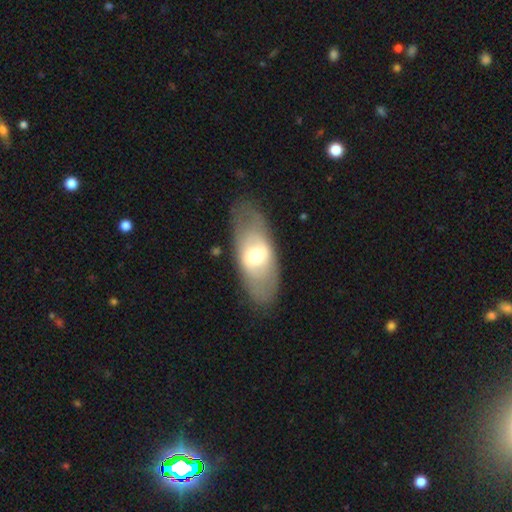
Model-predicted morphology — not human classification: A featured or disk galaxy (50%). Merging: none (78%).